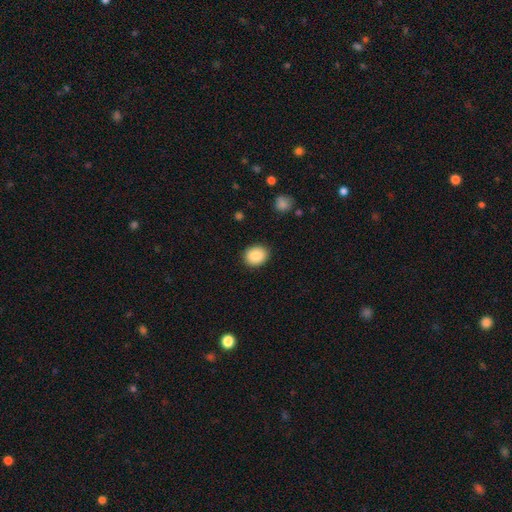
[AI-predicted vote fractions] Smooth or featured: smooth — 88% (star or artifact — 8%)
How rounded: round — 56% (in between — 43%)
Merging: none — 88% (minor disturbance — 8%)